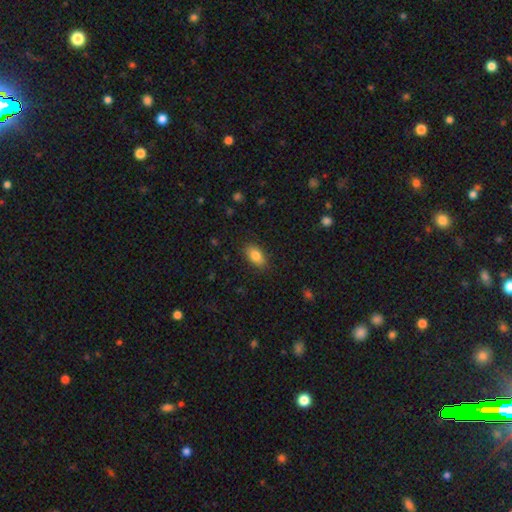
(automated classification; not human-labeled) A smooth galaxy with no disk features (84%) that is in between round and cigar-shaped (91%).

Vote fractions:
- Smooth or featured? smooth: 84% / featured or disk: 9% / star or artifact: 8%
- How rounded? in between: 91% / round: 6% / cigar-shaped: 4%
- Merging? none: 86% / minor disturbance: 10% / major disturbance: 3% / merger: 1%